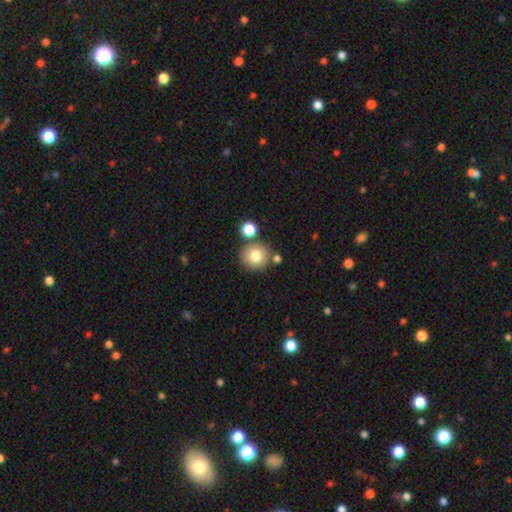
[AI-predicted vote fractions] This is likely a smooth galaxy (78%). How rounded: clearly round (89%). Merging: likely none (75%).